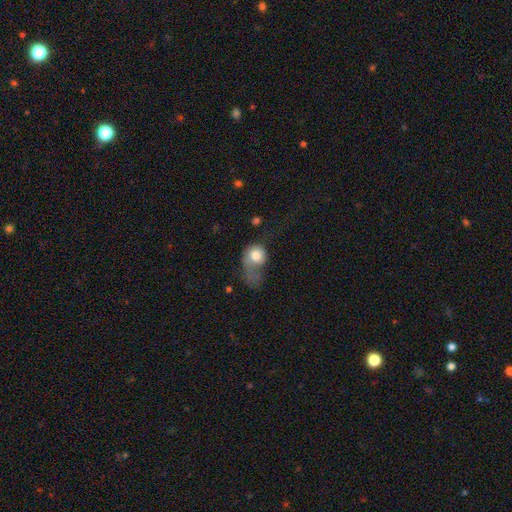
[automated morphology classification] Q: Smooth or featured?
A: smooth (70%); runner-up: featured or disk (22%)
Q: How rounded?
A: round (60%); runner-up: in between (38%)
Q: Merging?
A: major disturbance (64%); runner-up: minor disturbance (16%)